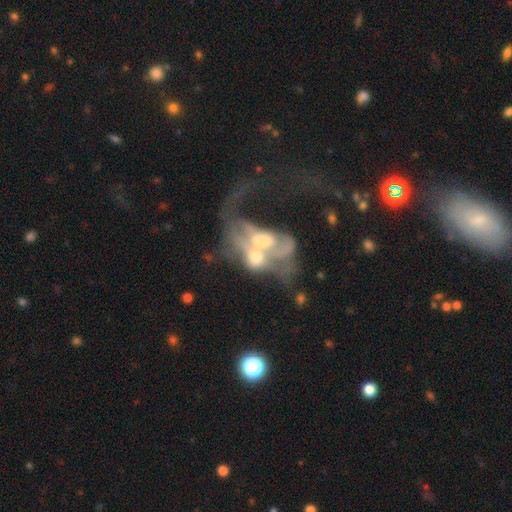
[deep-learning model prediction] featured or disk 65%, smooth 25%, star or artifact 9%. Down the decision tree: edge-on disk — no (92%); bar — no (70%); spiral arms — no (50%, tied with yes); bulge size — moderate (56%); merging — merger (76%).